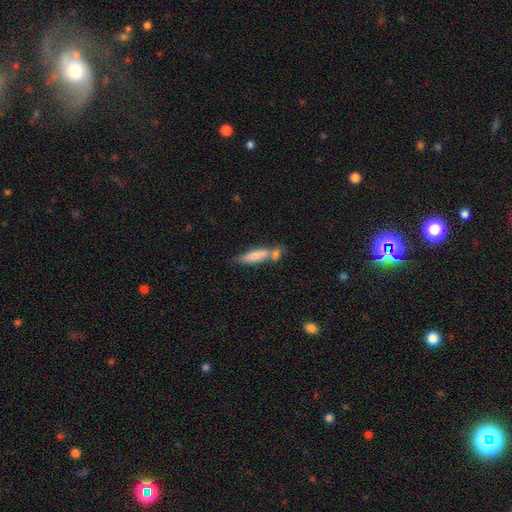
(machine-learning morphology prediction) type=smooth (73%); roundness=cigar-shaped (63%); merging=merger (43%).